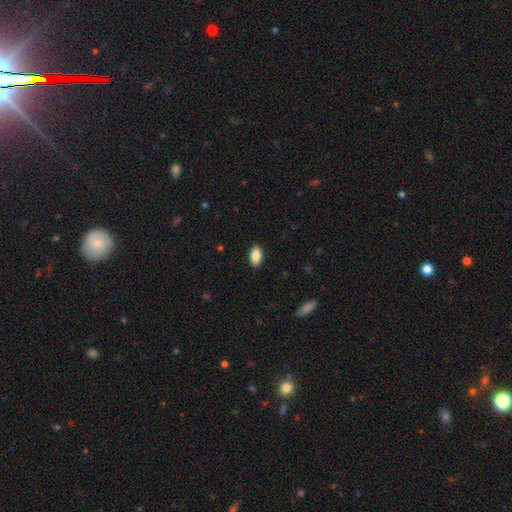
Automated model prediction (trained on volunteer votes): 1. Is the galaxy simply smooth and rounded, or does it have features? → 87% smooth, 7% star or artifact, 6% featured or disk.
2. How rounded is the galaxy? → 92% in between, 5% cigar-shaped, 3% round.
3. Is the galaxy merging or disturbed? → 89% none, 8% minor disturbance, 2% major disturbance, 1% merger.